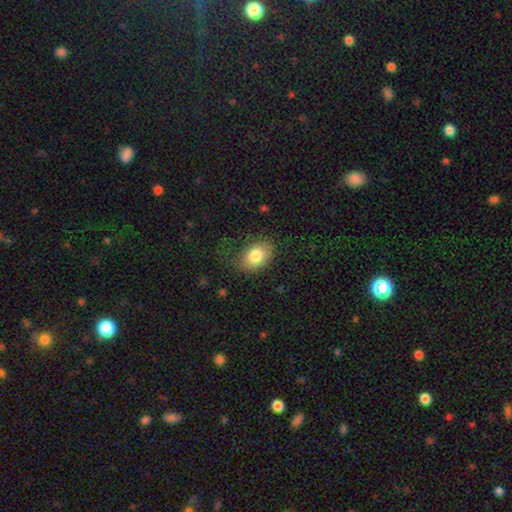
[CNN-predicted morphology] Q: Smooth or featured?
A: smooth (82%); runner-up: featured or disk (10%)
Q: How rounded?
A: in between (78%); runner-up: round (21%)
Q: Merging?
A: none (68%); runner-up: minor disturbance (21%)